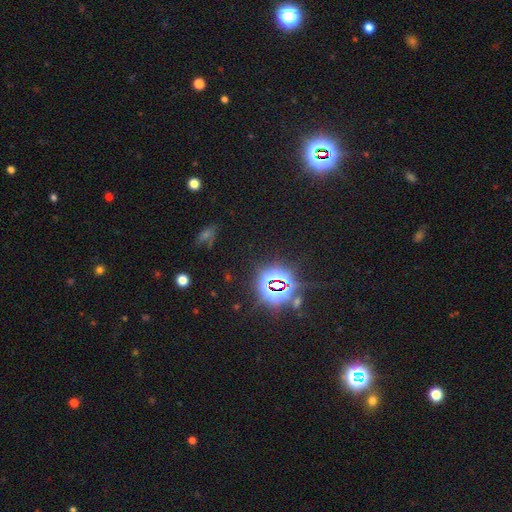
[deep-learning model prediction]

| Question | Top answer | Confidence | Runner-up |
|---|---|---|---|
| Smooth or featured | star or artifact | 80% | smooth (13%) |